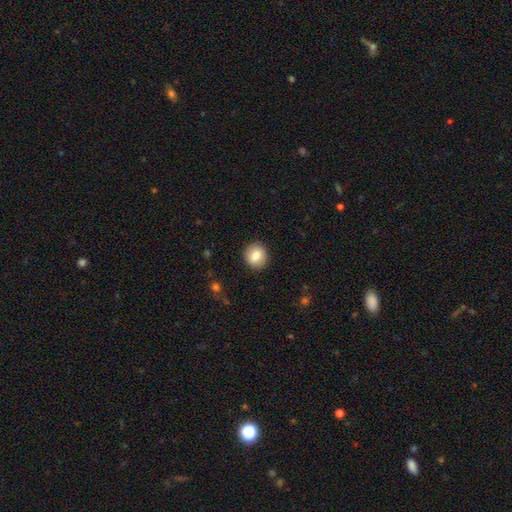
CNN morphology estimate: The model was most divided on "how rounded": round: 82%, in between: 17%, cigar-shaped: 1%. More confident: merging — none (89%); smooth or featured — smooth (83%).